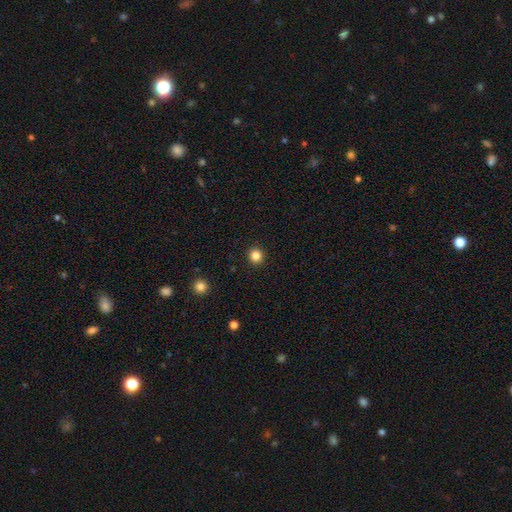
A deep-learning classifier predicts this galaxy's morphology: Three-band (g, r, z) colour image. It shows a smooth galaxy with no disk features (83%) that is round (91%). Merging: none (93%).